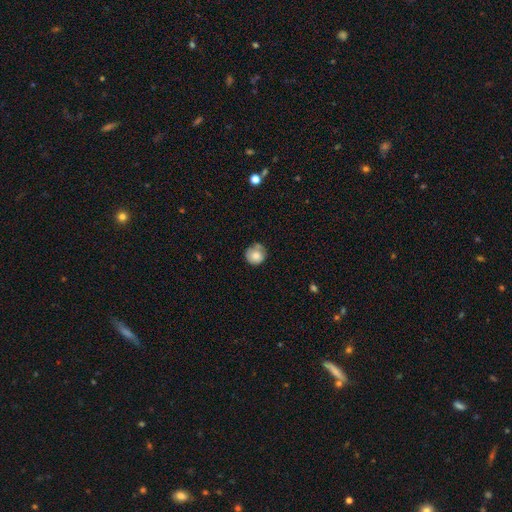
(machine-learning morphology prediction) smooth_or_featured: smooth (p=0.75) [alt: featured or disk p=0.17]
how_rounded: round (p=0.90) [alt: in between p=0.09]
merging: none (p=0.64) [alt: minor disturbance p=0.24]